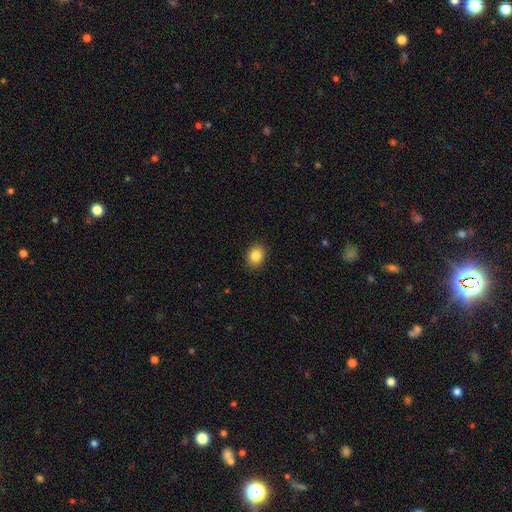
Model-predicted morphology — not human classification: Smooth or featured?
  - smooth: 85% *
  - star or artifact: 10%
  - featured or disk: 5%
How rounded?
  - round: 54% *
  - in between: 45%
  - cigar-shaped: 1%
Merging?
  - none: 90% *
  - minor disturbance: 7%
  - major disturbance: 2%
  - merger: 1%